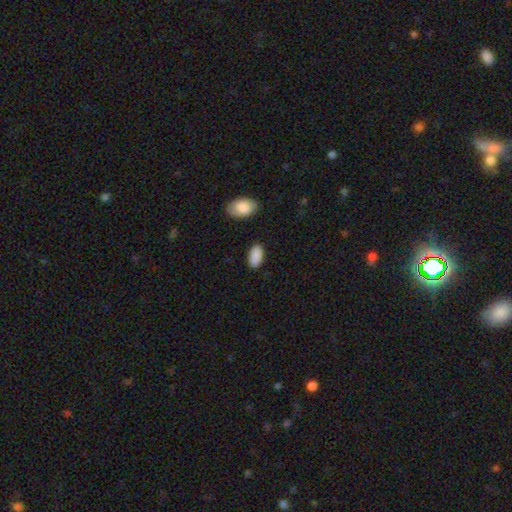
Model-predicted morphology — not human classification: Q: Smooth or featured?
A: smooth (90%); runner-up: star or artifact (7%)
Q: How rounded?
A: in between (95%); runner-up: round (3%)
Q: Merging?
A: none (85%); runner-up: minor disturbance (10%)